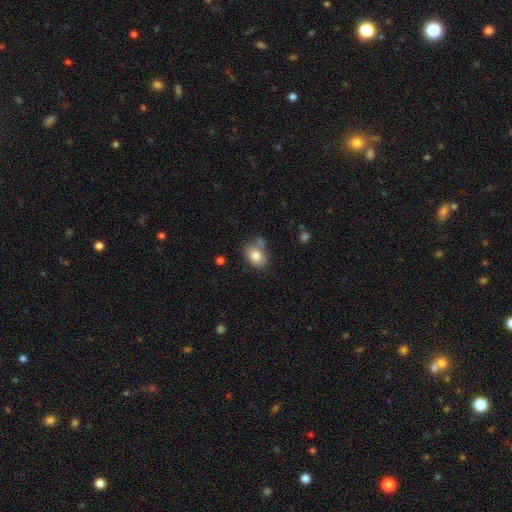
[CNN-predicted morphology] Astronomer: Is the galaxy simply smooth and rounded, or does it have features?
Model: smooth — 82%.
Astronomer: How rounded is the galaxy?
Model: in between — 72%.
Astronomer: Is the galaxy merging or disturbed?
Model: none — 60%.